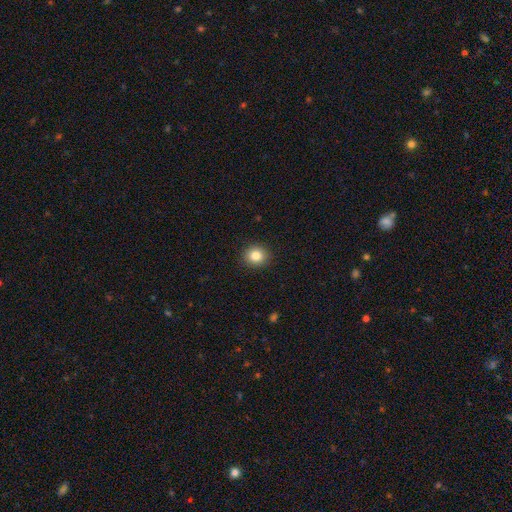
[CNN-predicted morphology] type=smooth (84%); roundness=round (83%); merging=none (91%).